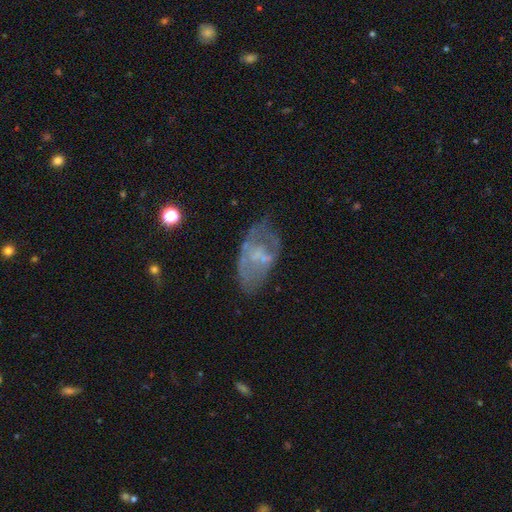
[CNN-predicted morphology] This appears to be a featured or disk galaxy (58%) with no bar (72%), no spiral arms (70%) and no central bulge (43%). Merging: none (48%).